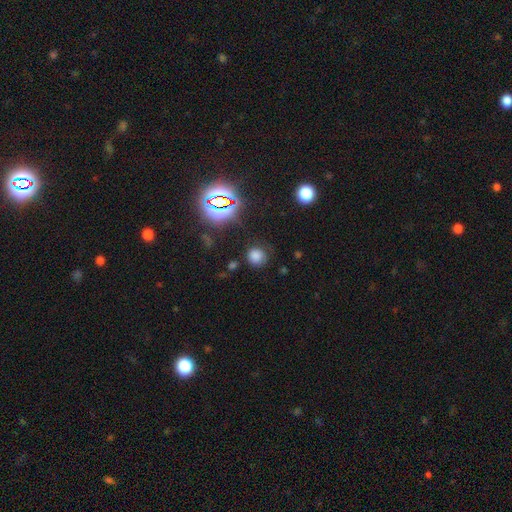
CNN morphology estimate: A smooth galaxy with no disk features (70%) that is round (89%). Merging: none (78%).